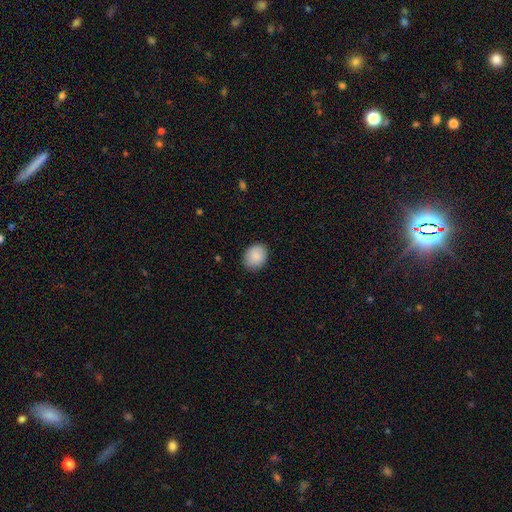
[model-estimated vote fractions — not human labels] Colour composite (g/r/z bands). It shows a smooth galaxy with no disk features (88%) that is round (56%). Merging: none (87%).